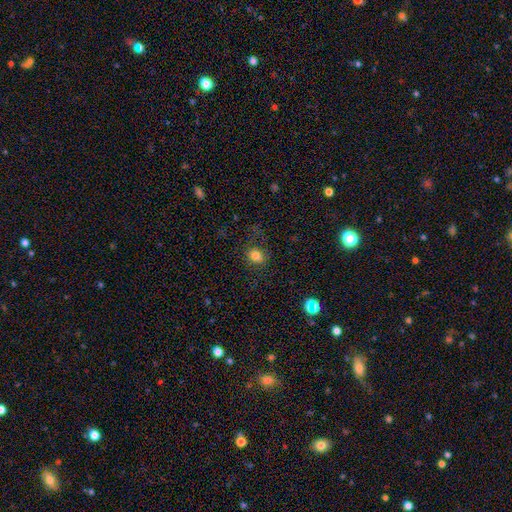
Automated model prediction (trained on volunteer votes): A smooth galaxy with no disk features (79%) that is round (63%). Merging: none (75%).